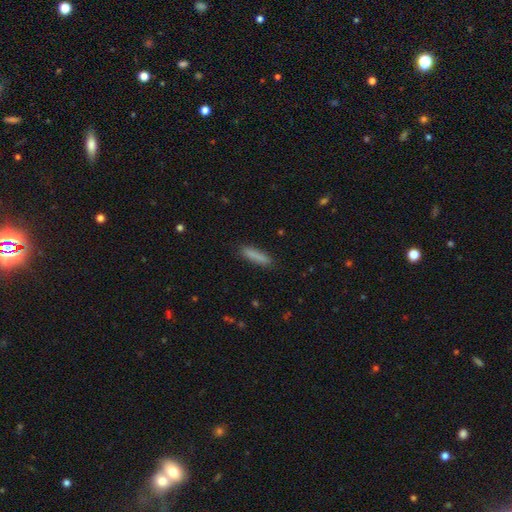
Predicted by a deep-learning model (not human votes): A smooth galaxy with no disk features (86%) that is cigar-shaped (82%).

Vote fractions:
- Smooth or featured? smooth: 86% / featured or disk: 7% / star or artifact: 7%
- How rounded? cigar-shaped: 82% / in between: 16% / round: 1%
- Merging? none: 88% / minor disturbance: 9% / major disturbance: 2% / merger: 1%